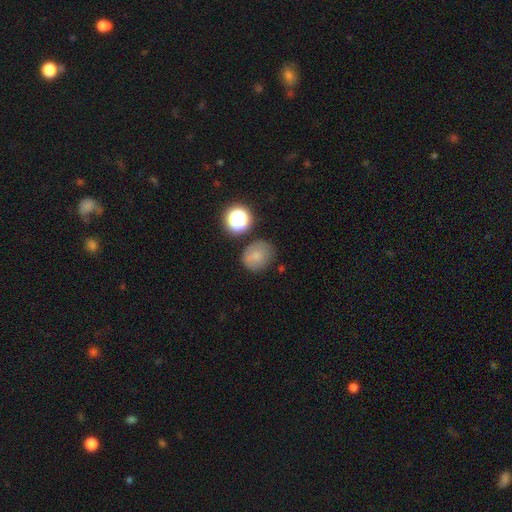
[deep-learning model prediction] A smooth galaxy with no disk features (75%) that is round (61%). Merging: none (67%).